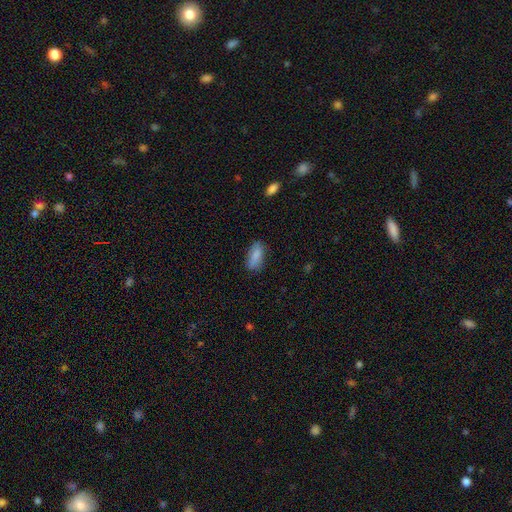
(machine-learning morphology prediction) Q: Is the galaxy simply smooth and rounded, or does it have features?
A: smooth — 86%.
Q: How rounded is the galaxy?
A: in between — 80%.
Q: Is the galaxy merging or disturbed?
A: none — 76%.